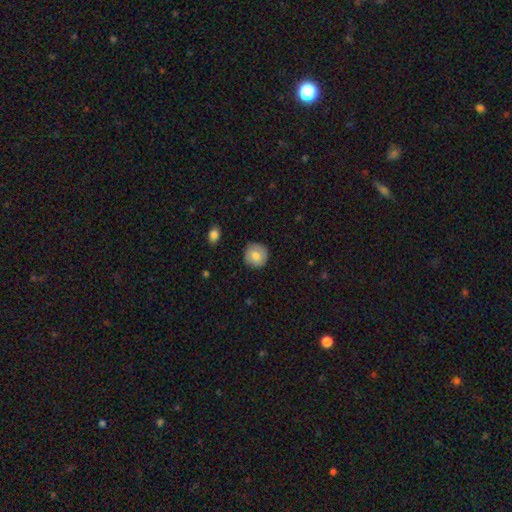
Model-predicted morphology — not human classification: Smooth or featured? smooth (77%)
How rounded? round (94%)
Merging? none (88%)